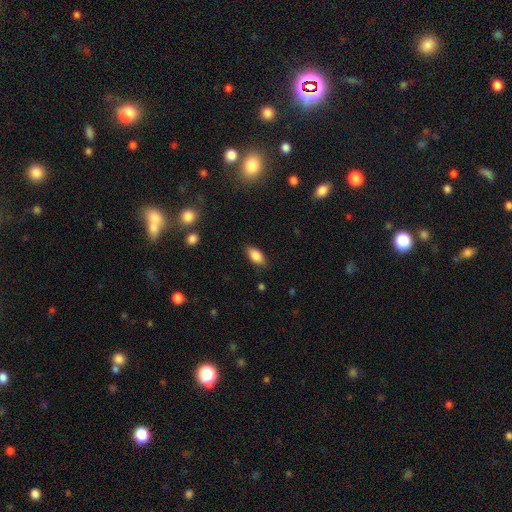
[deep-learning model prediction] smooth_or_featured: smooth (p=0.85) [alt: featured or disk p=0.08]
how_rounded: in between (p=0.89) [alt: cigar-shaped p=0.06]
merging: none (p=0.82) [alt: minor disturbance p=0.14]